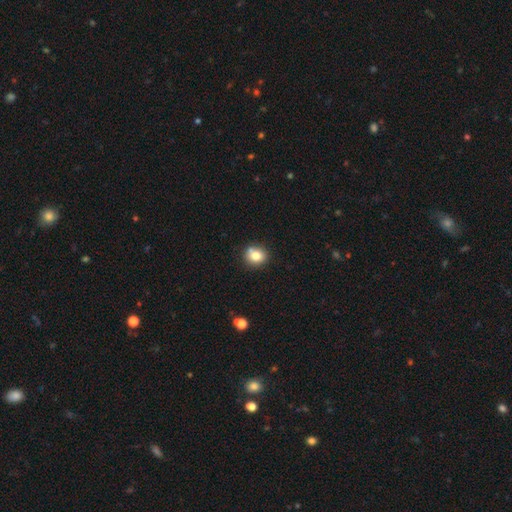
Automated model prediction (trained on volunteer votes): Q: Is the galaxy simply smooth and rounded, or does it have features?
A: smooth — 79%.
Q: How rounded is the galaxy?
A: round — 77%.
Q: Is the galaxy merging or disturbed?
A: none — 72%.